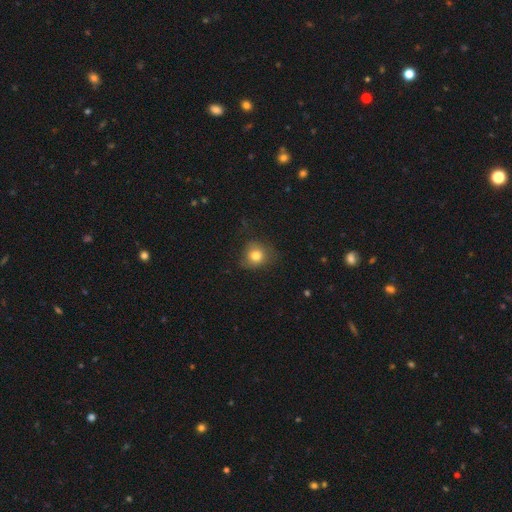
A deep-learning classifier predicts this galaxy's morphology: smooth-or-featured: smooth: 79% | star or artifact: 11% | featured or disk: 10%
  how-rounded: round: 78% | in between: 21% | cigar-shaped: 1%
  merging: none: 66% | minor disturbance: 24% | major disturbance: 9% | merger: 1%